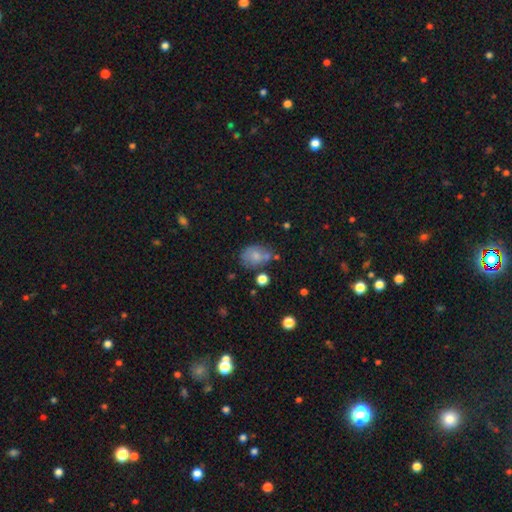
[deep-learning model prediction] A smooth galaxy with no disk features (73%) that is in between round and cigar-shaped (63%). Merging: none (52%).